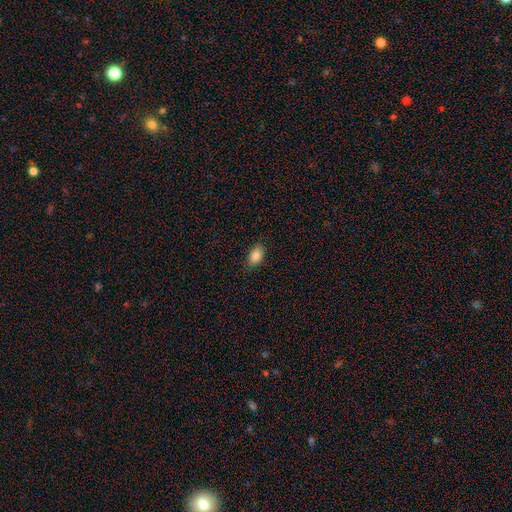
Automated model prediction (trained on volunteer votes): Smooth or featured? smooth (87%)
How rounded? in between (89%)
Merging? none (84%)